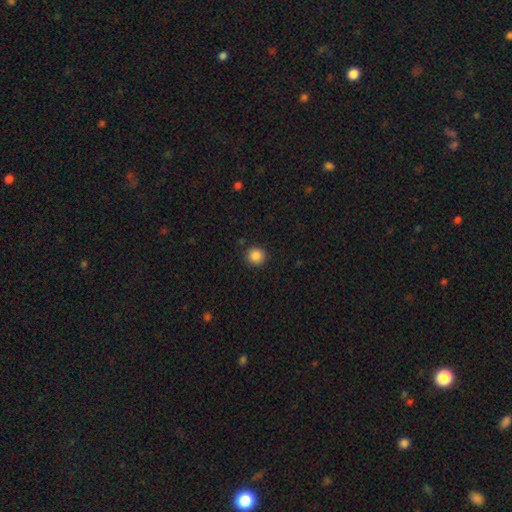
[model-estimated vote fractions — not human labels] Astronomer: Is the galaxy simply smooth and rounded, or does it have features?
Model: smooth — 87%.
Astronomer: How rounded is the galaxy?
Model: round — 92%.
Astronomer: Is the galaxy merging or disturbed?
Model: none — 90%.